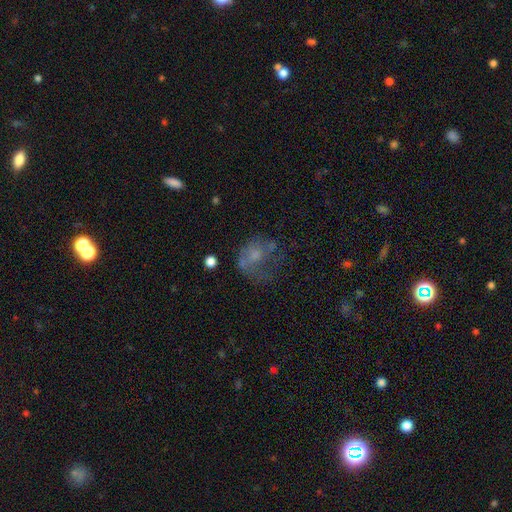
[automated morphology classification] Q: Smooth or featured?
A: smooth (42%); runner-up: featured or disk (40%)
Q: Merging?
A: major disturbance (40%); runner-up: none (34%)